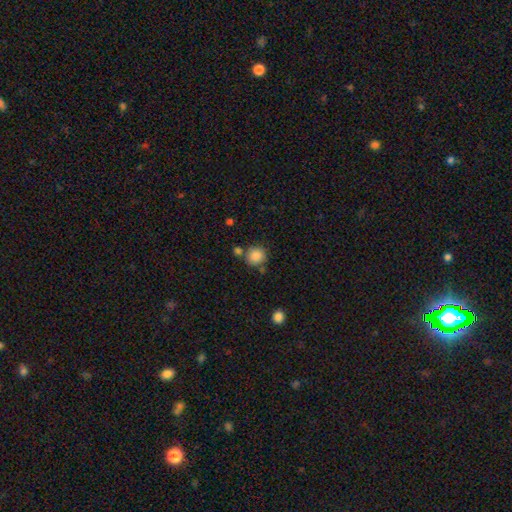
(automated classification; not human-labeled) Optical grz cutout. It shows a smooth galaxy with no disk features (86%) that is round (87%). Merging: none (70%).